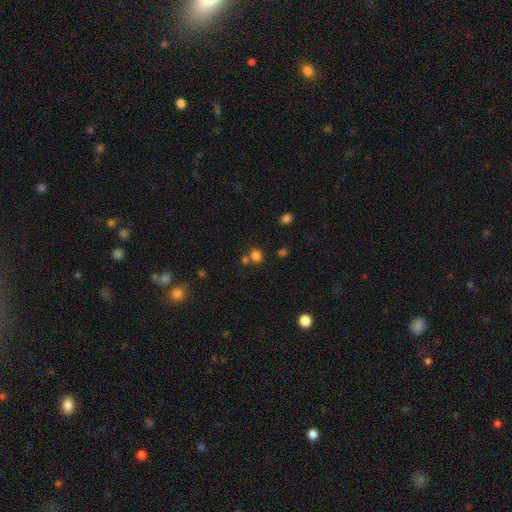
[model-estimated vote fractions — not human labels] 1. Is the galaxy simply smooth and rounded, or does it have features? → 79% smooth, 15% star or artifact, 6% featured or disk.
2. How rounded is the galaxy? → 73% round, 26% in between, 1% cigar-shaped.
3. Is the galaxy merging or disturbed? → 66% none, 21% merger, 10% minor disturbance, 4% major disturbance.